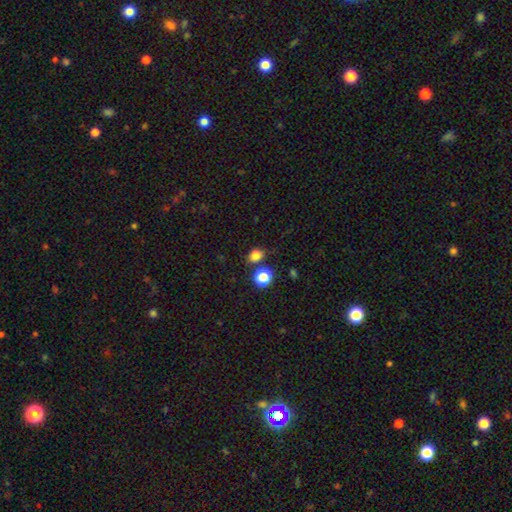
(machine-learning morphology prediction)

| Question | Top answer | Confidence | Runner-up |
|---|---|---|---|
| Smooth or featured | smooth | 80% | star or artifact (15%) |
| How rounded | round | 55% | in between (44%) |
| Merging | none | 72% | minor disturbance (13%) |